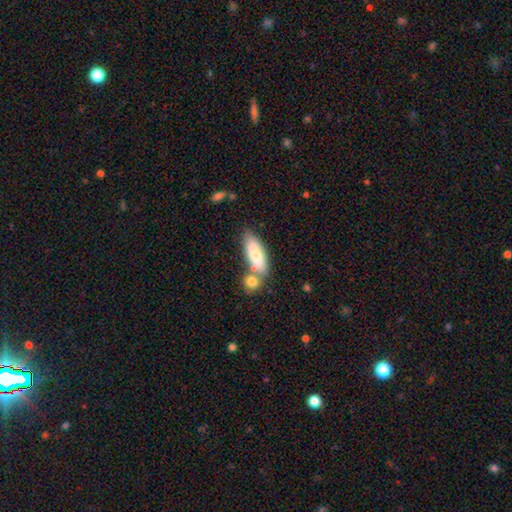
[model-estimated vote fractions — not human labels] This is likely a smooth galaxy (71%). How rounded: likely in between (69%). Merging: possibly none (49%).